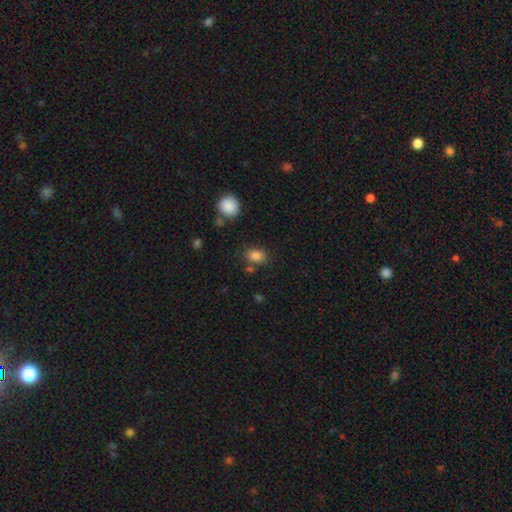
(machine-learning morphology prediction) The model was most divided on "how rounded": in between: 70%, round: 28%, cigar-shaped: 1%. More confident: smooth or featured — smooth (84%); merging — none (73%).